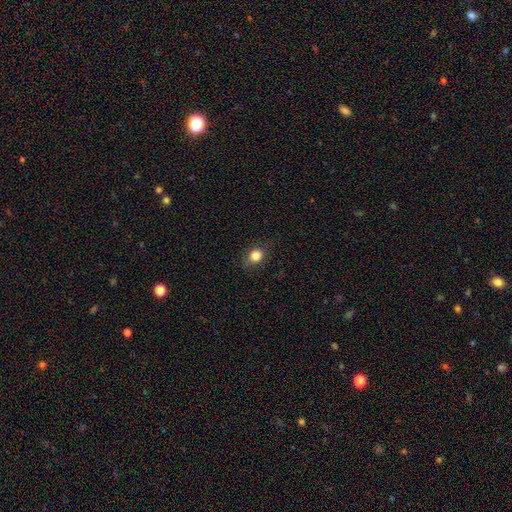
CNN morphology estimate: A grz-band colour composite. It shows a smooth galaxy with no disk features (83%) that is round (67%). Merging: none (83%).